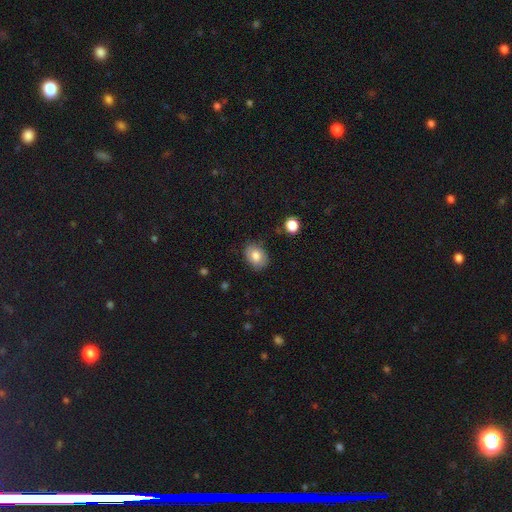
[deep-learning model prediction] This is likely a smooth galaxy (78%). How rounded: likely in between (66%). Merging: clearly none (81%).